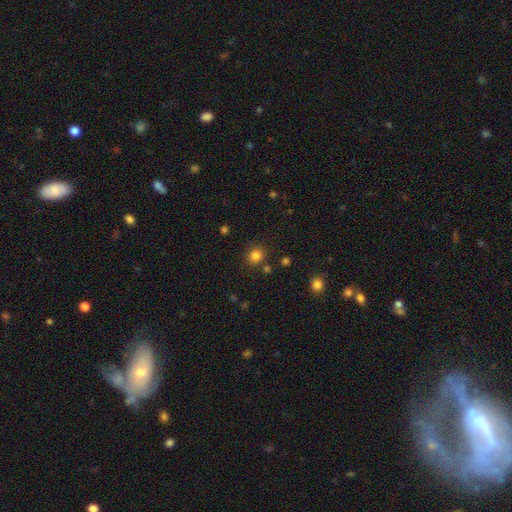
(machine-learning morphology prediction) Smooth or featured? smooth (82%)
How rounded? round (87%)
Merging? none (83%)